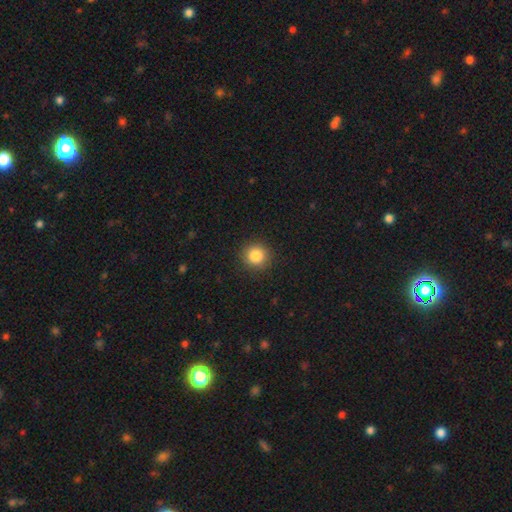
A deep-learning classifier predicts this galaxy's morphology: A smooth galaxy with no disk features (85%) that is round (94%).

Vote fractions:
- Smooth or featured? smooth: 85% / star or artifact: 10% / featured or disk: 5%
- How rounded? round: 94% / in between: 6% / cigar-shaped: 1%
- Merging? none: 91% / minor disturbance: 6% / major disturbance: 2% / merger: 1%